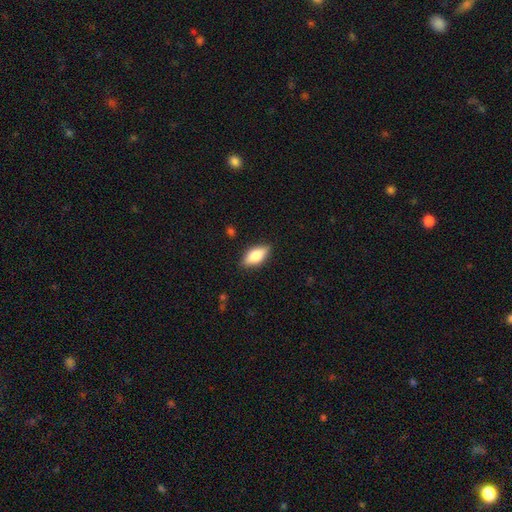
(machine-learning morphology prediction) Q: Smooth or featured?
A: smooth (77%); runner-up: featured or disk (17%)
Q: How rounded?
A: in between (86%); runner-up: cigar-shaped (11%)
Q: Merging?
A: none (85%); runner-up: minor disturbance (11%)